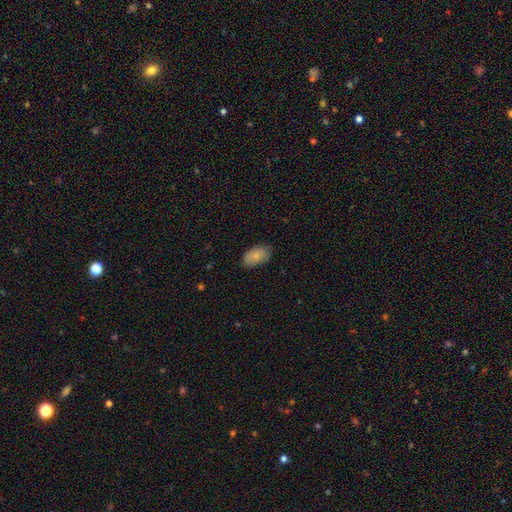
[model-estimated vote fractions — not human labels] smooth 83%, featured or disk 10%, star or artifact 7%. Down the decision tree: how rounded — in between (94%); merging — none (81%).